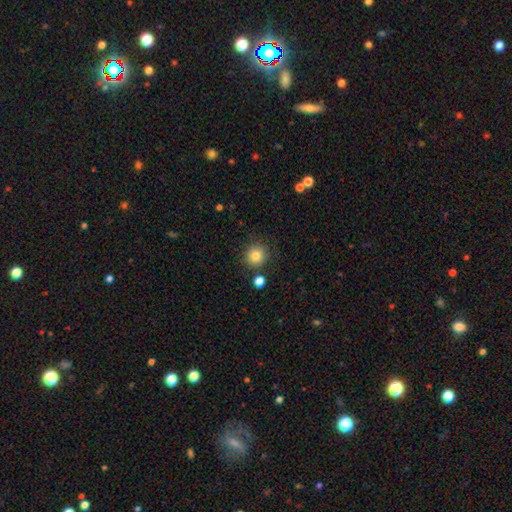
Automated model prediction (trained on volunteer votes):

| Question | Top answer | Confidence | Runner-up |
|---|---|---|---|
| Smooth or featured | smooth | 82% | star or artifact (11%) |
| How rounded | round | 93% | in between (6%) |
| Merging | none | 85% | minor disturbance (8%) |